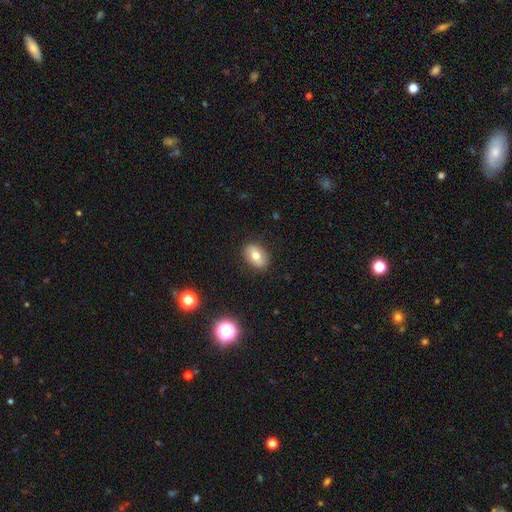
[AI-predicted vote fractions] Smooth or featured?
  - smooth: 68% *
  - featured or disk: 22%
  - star or artifact: 10%
How rounded?
  - in between: 82% *
  - round: 17%
  - cigar-shaped: 2%
Merging?
  - none: 87% *
  - minor disturbance: 10%
  - major disturbance: 2%
  - merger: 1%